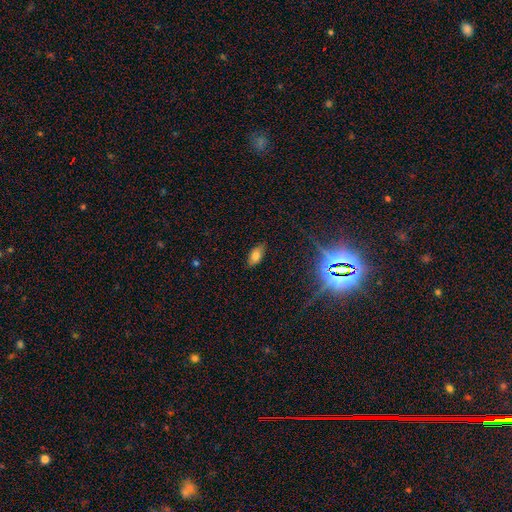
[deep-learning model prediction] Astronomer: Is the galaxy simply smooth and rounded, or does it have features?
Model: smooth — 73%.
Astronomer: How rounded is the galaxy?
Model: in between — 90%.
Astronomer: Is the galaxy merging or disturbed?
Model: none — 85%.